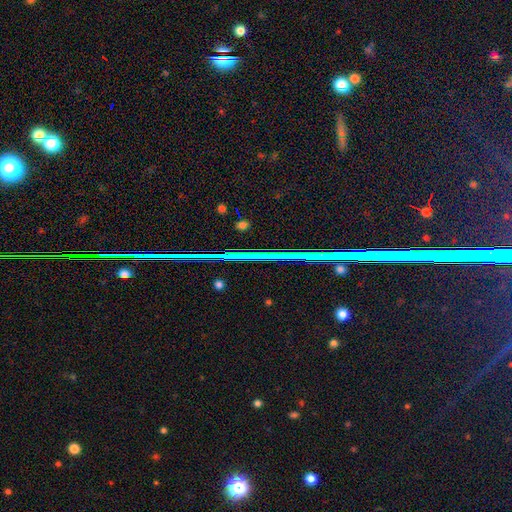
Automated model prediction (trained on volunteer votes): Morphology: type=star or artifact (82%).